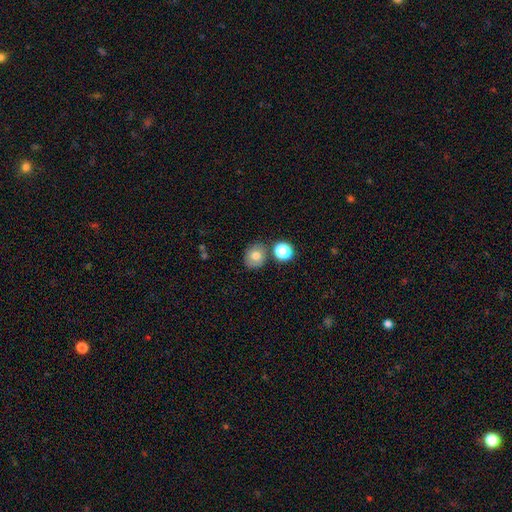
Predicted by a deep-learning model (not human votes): Smooth or featured: smooth — 75% (featured or disk — 13%)
How rounded: round — 63% (in between — 36%)
Merging: none — 74% (merger — 11%)